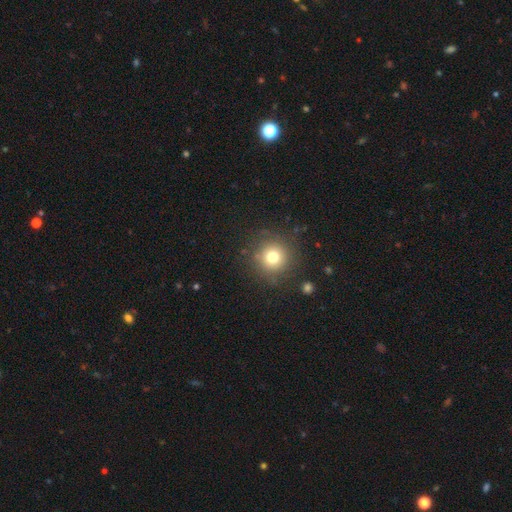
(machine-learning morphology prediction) type=smooth (56%); roundness=round (94%); merging=none (90%).